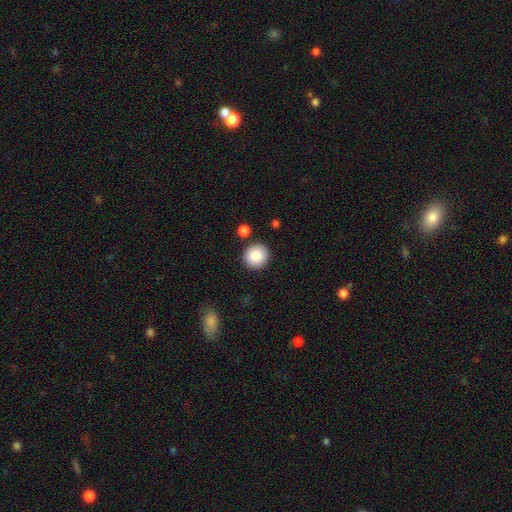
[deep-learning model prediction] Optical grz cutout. It shows a smooth galaxy with no disk features (85%) that is round (92%). Merging: none (88%).